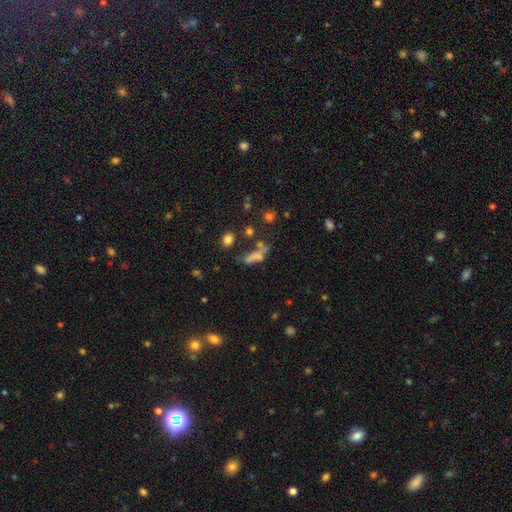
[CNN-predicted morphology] smooth 59%, featured or disk 25%, star or artifact 17%. Down the decision tree: how rounded — in between (47%); merging — none (34%).